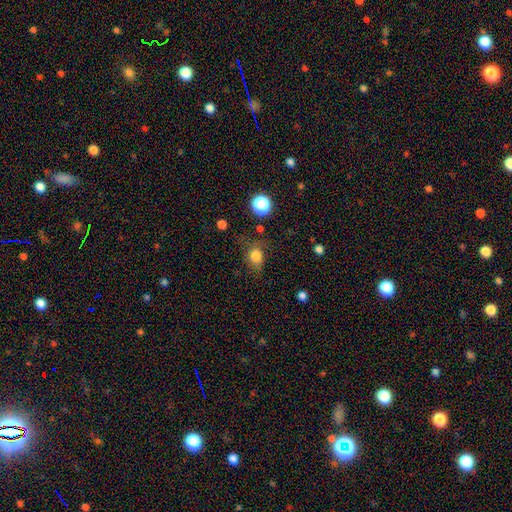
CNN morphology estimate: Smooth or featured: smooth — 78% (star or artifact — 13%)
How rounded: round — 62% (in between — 36%)
Merging: none — 57% (minor disturbance — 25%)